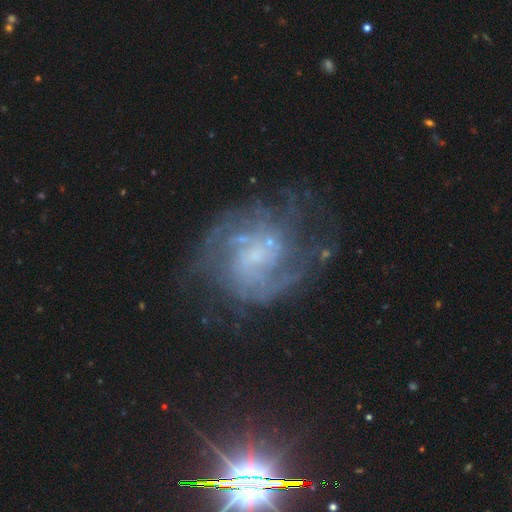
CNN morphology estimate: featured or disk 80%, star or artifact 10%, smooth 9%. Down the decision tree: edge-on disk — no (98%); bar — no (57%); spiral arms — yes (91%); spiral arm count — 2 (32%, tied with can't tell); spiral winding — medium (43%); bulge size — small (53%); merging — none (62%).